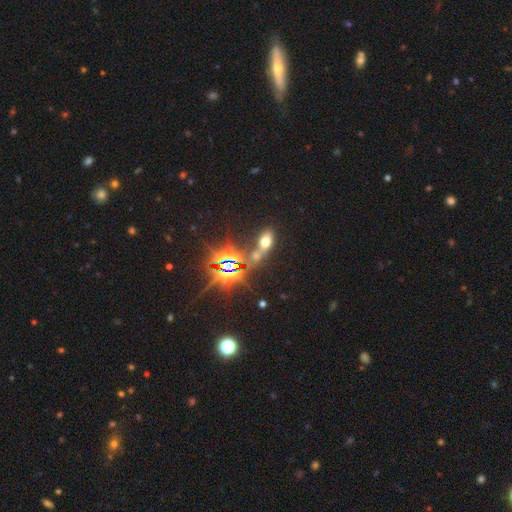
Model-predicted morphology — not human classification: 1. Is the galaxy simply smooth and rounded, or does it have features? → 45% star or artifact, 40% smooth, 15% featured or disk.